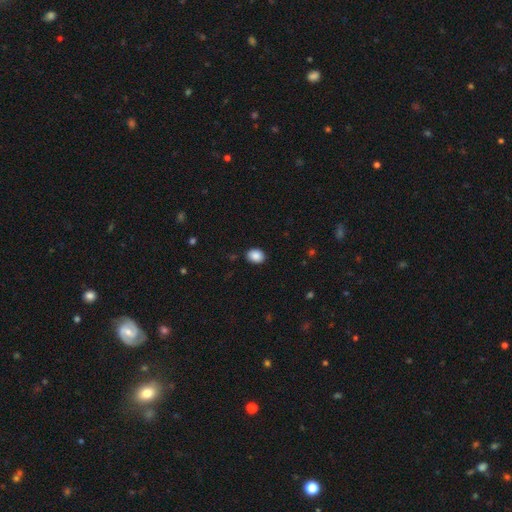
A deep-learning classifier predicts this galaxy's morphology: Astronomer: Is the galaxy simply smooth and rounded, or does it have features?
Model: smooth — 88%.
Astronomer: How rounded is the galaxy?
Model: in between — 56% (runner-up: round, 43%).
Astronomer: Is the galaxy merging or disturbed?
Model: none — 88%.